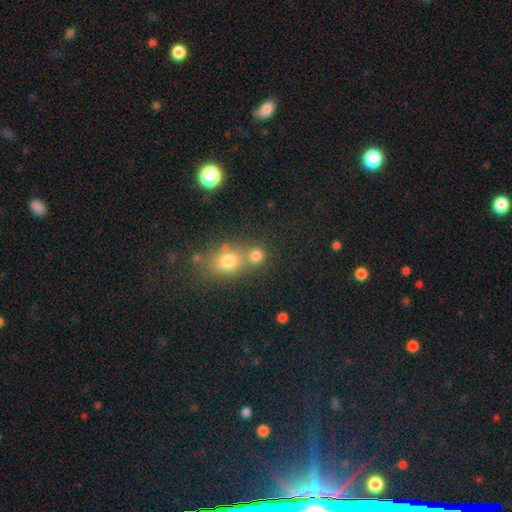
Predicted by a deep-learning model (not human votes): This is likely a smooth galaxy (78%). How rounded: clearly round (81%). Merging: possibly none (53%).